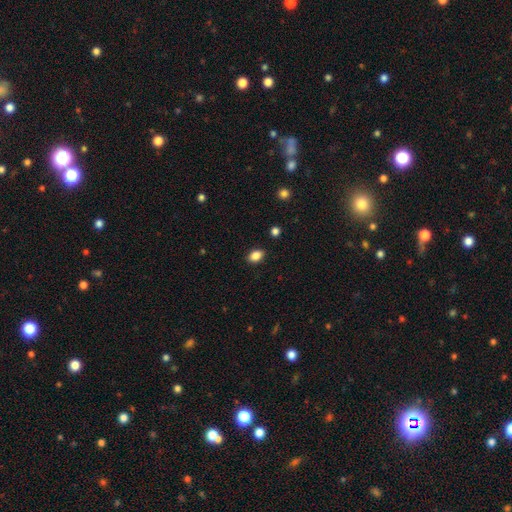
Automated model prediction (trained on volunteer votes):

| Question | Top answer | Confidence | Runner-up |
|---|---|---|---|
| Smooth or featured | smooth | 86% | star or artifact (9%) |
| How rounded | in between | 81% | round (18%) |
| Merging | none | 88% | minor disturbance (9%) |